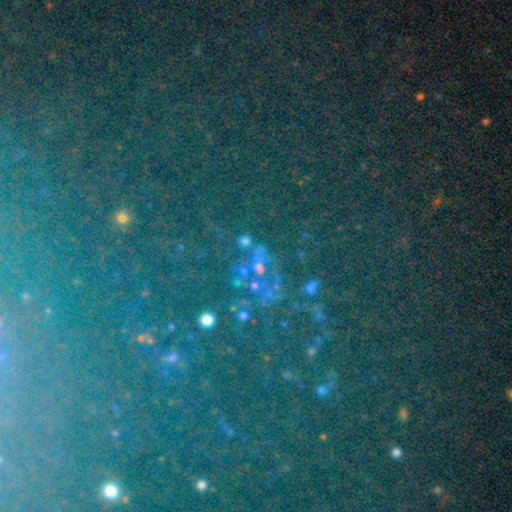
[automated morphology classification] star or artifact 81%, smooth 11%, featured or disk 8%.